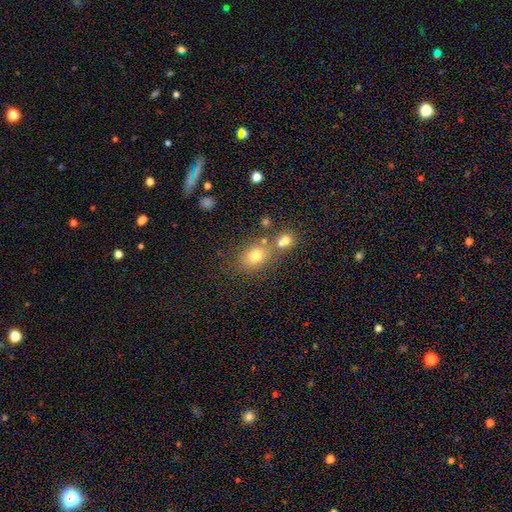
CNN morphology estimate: Smooth or featured? smooth (73%)
How rounded? in between (62%)
Merging? none (58%)